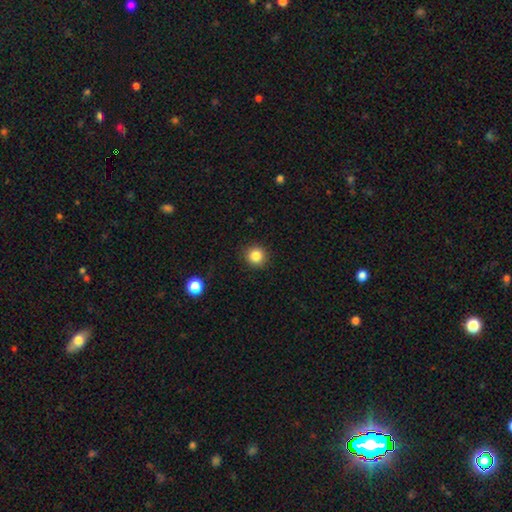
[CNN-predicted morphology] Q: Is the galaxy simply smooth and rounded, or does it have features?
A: smooth — 85%.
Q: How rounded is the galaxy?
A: round — 93%.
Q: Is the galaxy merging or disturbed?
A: none — 91%.